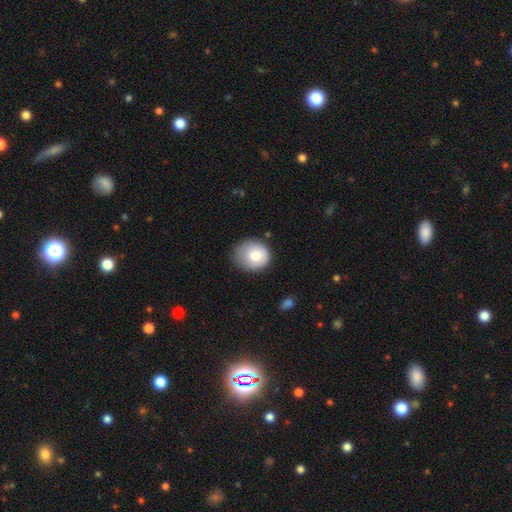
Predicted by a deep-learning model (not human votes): Q: Smooth or featured?
A: smooth (78%); runner-up: featured or disk (14%)
Q: How rounded?
A: round (77%); runner-up: in between (23%)
Q: Merging?
A: none (64%); runner-up: minor disturbance (27%)